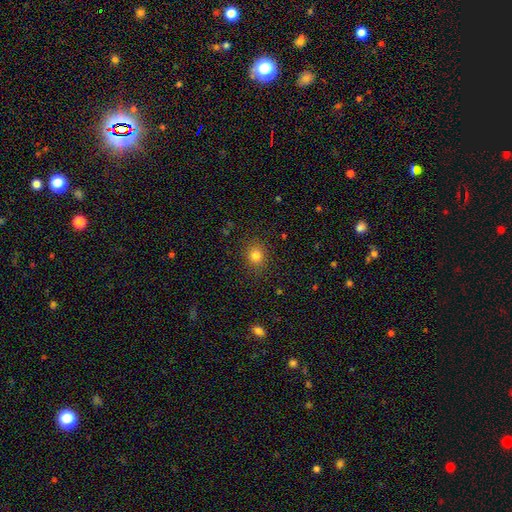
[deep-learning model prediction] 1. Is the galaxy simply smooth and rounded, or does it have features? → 81% smooth, 13% star or artifact, 6% featured or disk.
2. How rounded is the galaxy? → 74% round, 25% in between, 1% cigar-shaped.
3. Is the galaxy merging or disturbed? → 86% none, 10% minor disturbance, 3% major disturbance, 1% merger.